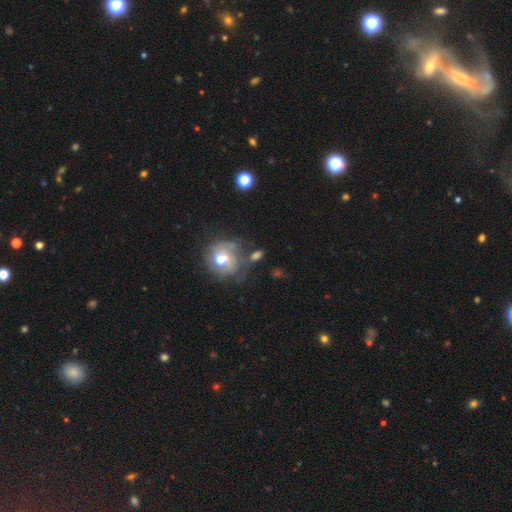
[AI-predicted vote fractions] Smooth or featured? smooth (45%)
Merging? none (54%)